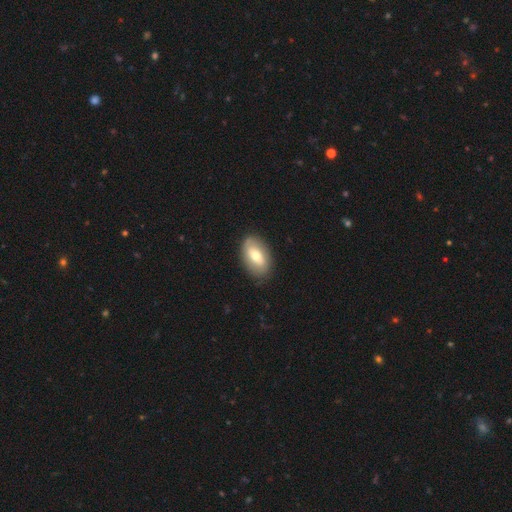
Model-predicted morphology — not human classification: This appears to be a smooth galaxy with no disk features (60%) that is in between round and cigar-shaped (92%). Merging: none (84%).